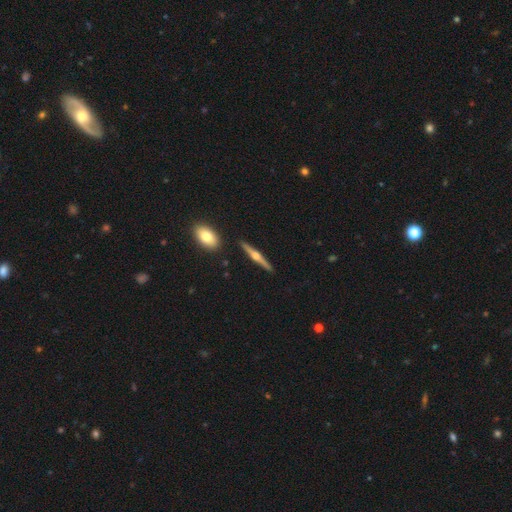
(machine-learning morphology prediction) Smooth or featured: featured or disk — 77% (smooth — 18%)
Edge-on disk: yes — 98% (no — 2%)
Edge-on bulge: rounded — 93% (boxy — 4%)
Merging: none — 90% (minor disturbance — 6%)